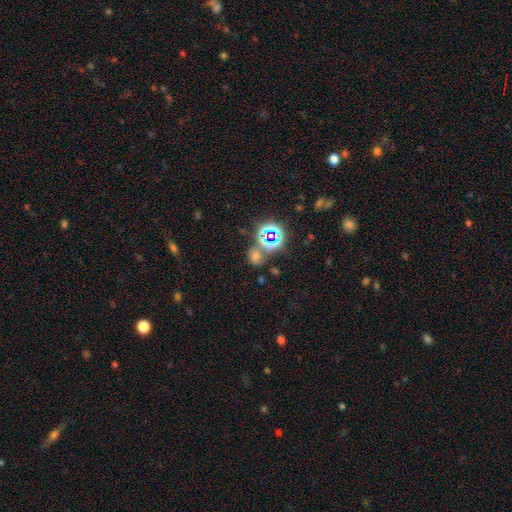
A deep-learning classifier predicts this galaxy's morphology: smooth_or_featured: star or artifact (p=0.50) [alt: smooth p=0.41]